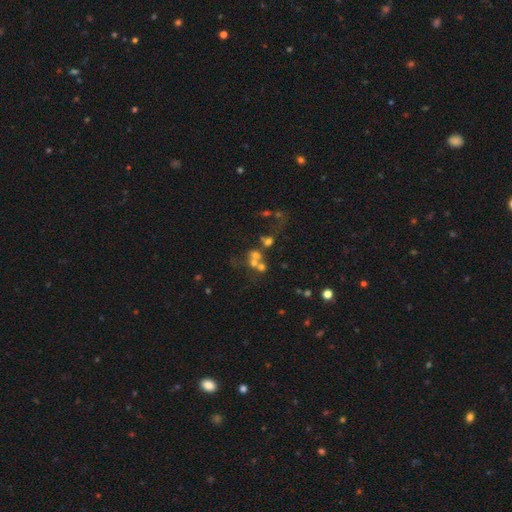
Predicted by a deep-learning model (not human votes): smooth 42%, featured or disk 34%, star or artifact 24%. Down the decision tree: merging — merger (50%).